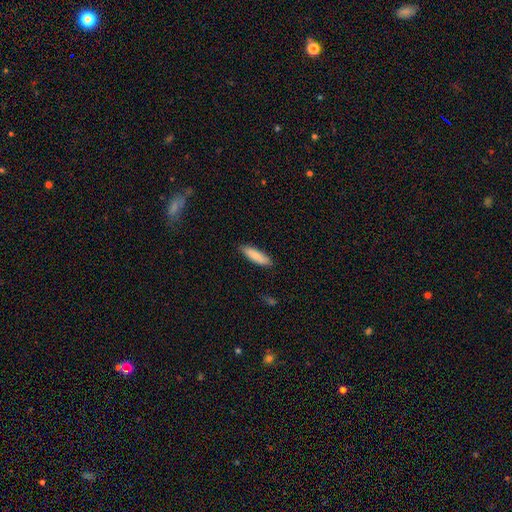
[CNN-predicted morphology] Smooth or featured? smooth (85%)
How rounded? cigar-shaped (59%)
Merging? none (87%)